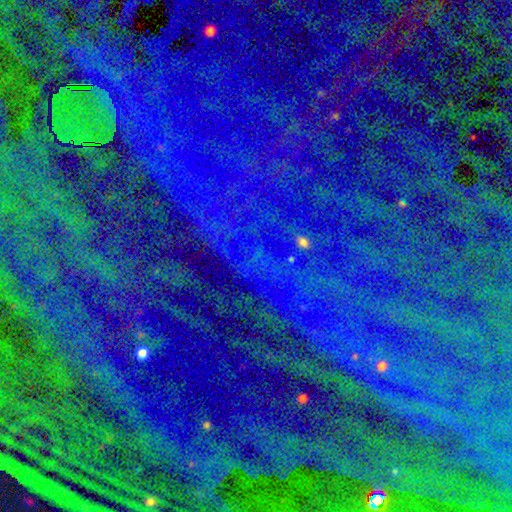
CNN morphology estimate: Smooth or featured? star or artifact (86%)